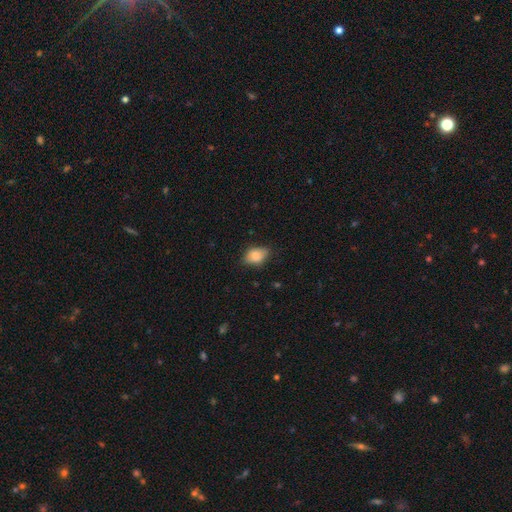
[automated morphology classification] Smooth or featured: smooth — 83% (featured or disk — 9%)
How rounded: in between — 80% (round — 18%)
Merging: none — 71% (minor disturbance — 24%)